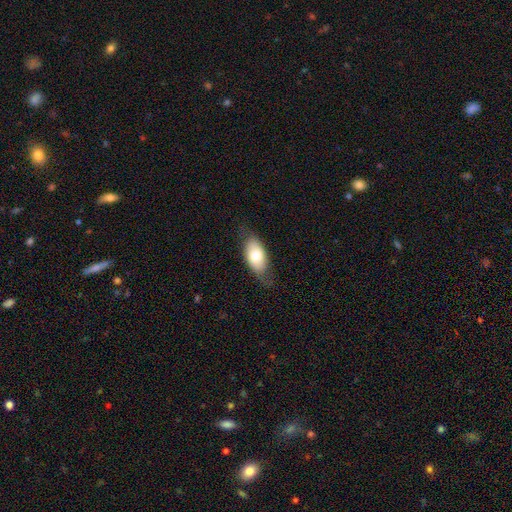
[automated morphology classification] Smooth or featured? smooth (70%)
How rounded? in between (92%)
Merging? none (71%)